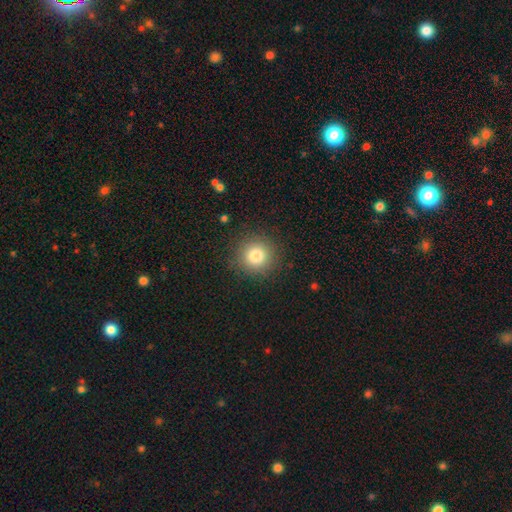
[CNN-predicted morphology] This appears to be a smooth galaxy with no disk features (80%) that is round (94%). Merging: none (89%).